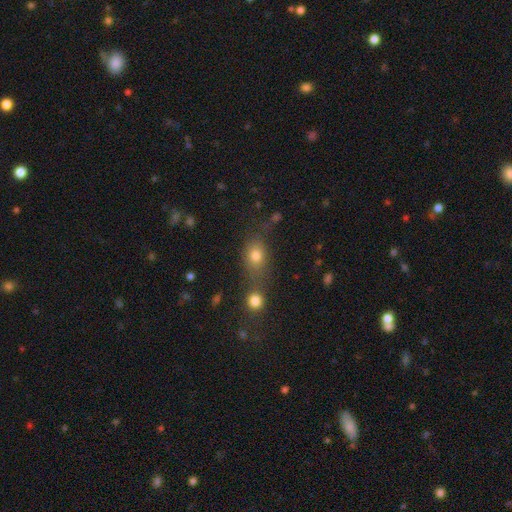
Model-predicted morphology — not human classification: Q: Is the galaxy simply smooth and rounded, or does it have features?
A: smooth — 76%.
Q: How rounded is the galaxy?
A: in between — 54%.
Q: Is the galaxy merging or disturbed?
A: none — 49%.